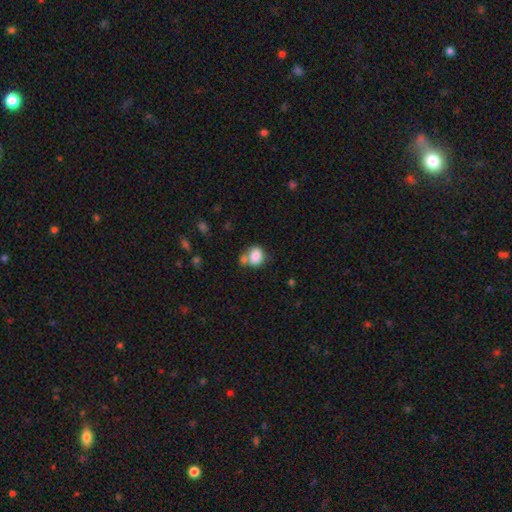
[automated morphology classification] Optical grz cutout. It shows a smooth galaxy with no disk features (83%) that is round (56%). Merging: none (45%).